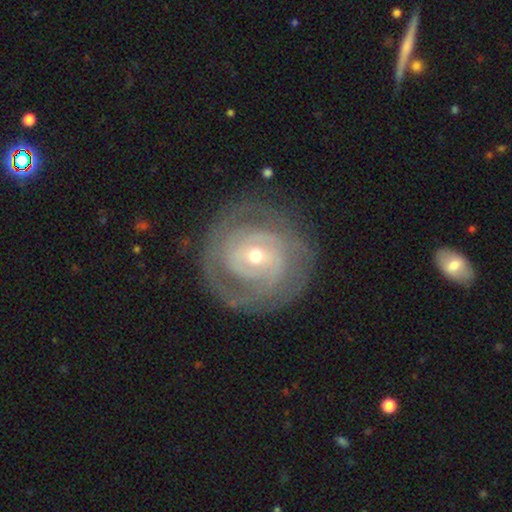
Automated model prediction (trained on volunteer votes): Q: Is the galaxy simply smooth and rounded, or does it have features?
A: featured or disk — 83%.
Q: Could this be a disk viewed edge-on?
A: no — 97%.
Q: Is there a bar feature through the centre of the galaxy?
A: no — 53%.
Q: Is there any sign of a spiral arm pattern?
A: yes — 90%.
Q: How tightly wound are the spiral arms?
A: tight — 75%.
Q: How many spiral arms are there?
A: can't tell — 34%.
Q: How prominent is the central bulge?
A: small — 51%.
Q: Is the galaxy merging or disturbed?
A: none — 79%.